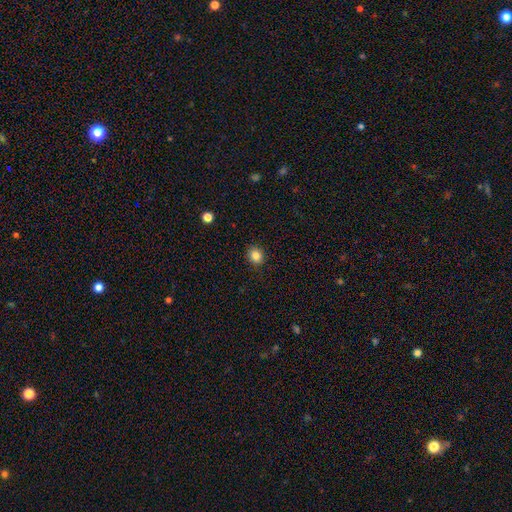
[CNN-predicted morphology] smooth-or-featured: smooth: 84% | star or artifact: 11% | featured or disk: 5%
  how-rounded: round: 77% | in between: 22% | cigar-shaped: 1%
  merging: none: 89% | minor disturbance: 8% | major disturbance: 2% | merger: 1%